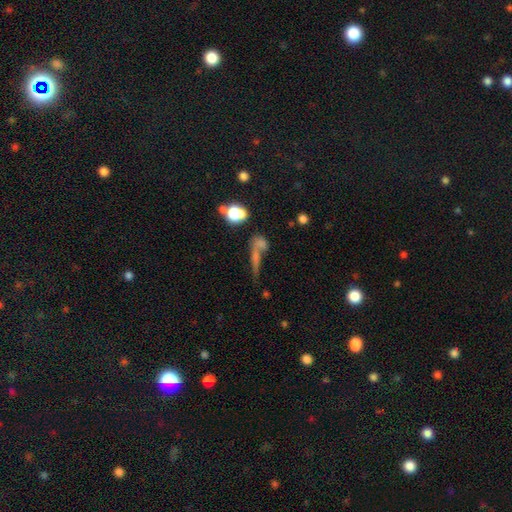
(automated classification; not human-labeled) A smooth galaxy with no disk features (45%).

Vote fractions:
- Smooth or featured? smooth: 45% / featured or disk: 28% / star or artifact: 27%
- Merging? none: 45% / merger: 32% / major disturbance: 12% / minor disturbance: 12%